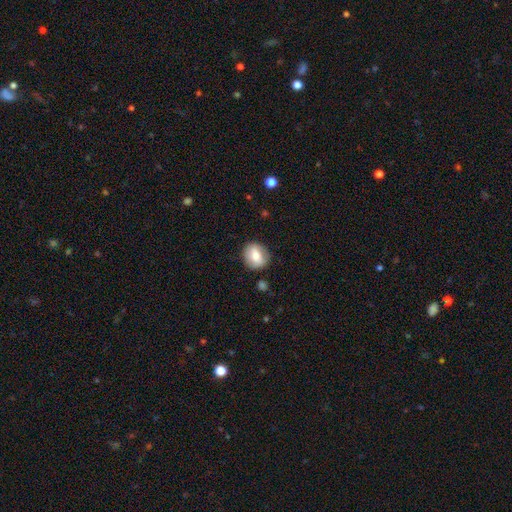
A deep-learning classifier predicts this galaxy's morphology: Smooth or featured? Predicted: smooth (p=0.70). How rounded? Predicted: round (p=0.71). Merging? Predicted: none (p=0.83).